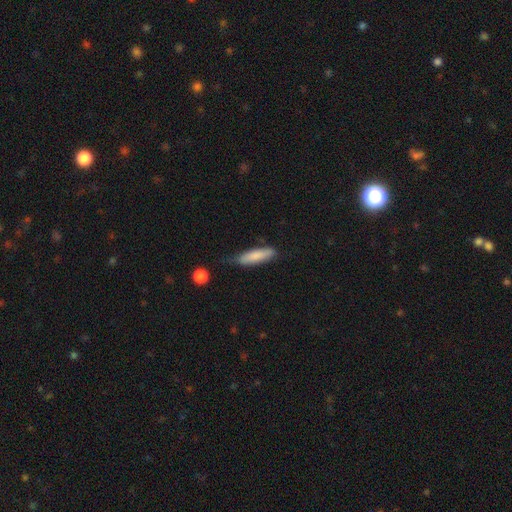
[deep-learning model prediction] smooth 81%, featured or disk 13%, star or artifact 6%. Down the decision tree: how rounded — cigar-shaped (70%); merging — none (62%).